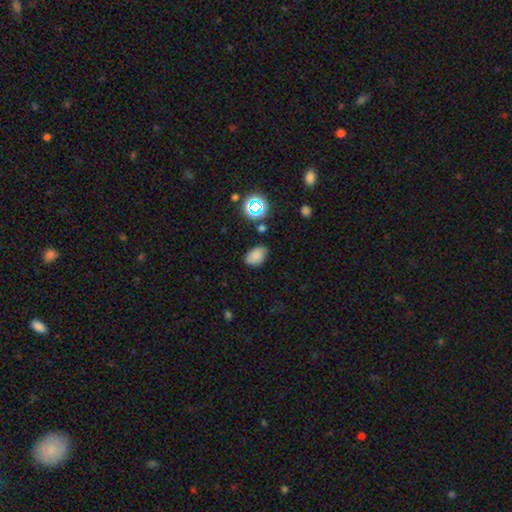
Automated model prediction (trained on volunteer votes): Smooth or featured? Predicted: smooth (p=0.76). How rounded? Predicted: in between (p=0.82). Merging? Predicted: none (p=0.72).